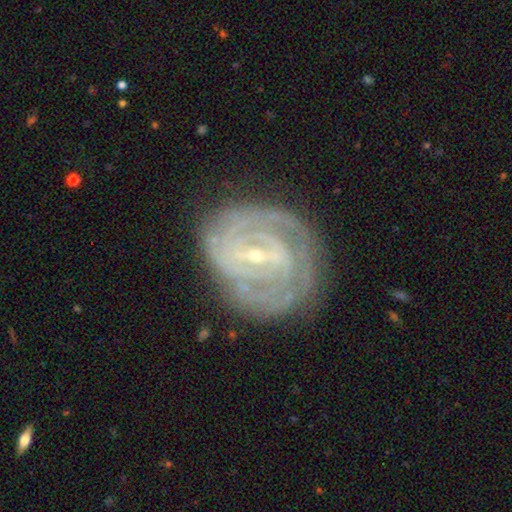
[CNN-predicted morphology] A featured or disk galaxy (85%) with a weak bar (45%), tight (77%) spiral arms (92%) and a small central bulge (78%).

Vote fractions:
- Smooth or featured? featured or disk: 85% / smooth: 9% / star or artifact: 6%
- Edge-on disk? no: 96% / yes: 4%
- Bar? weak: 45% / strong: 38% / no: 17%
- Spiral arms? yes: 92% / no: 8%
- Spiral winding? tight: 77% / medium: 19% / loose: 4%
- Spiral arm count? can't tell: 37% / 2: 26% / 3: 16% / 4: 10% / more than 4: 5% / 1: 5%
- Bulge size? small: 78% / moderate: 18% / none: 2% / large: 1% / dominant: 1%
- Merging? none: 73% / minor disturbance: 17% / major disturbance: 8% / merger: 2%